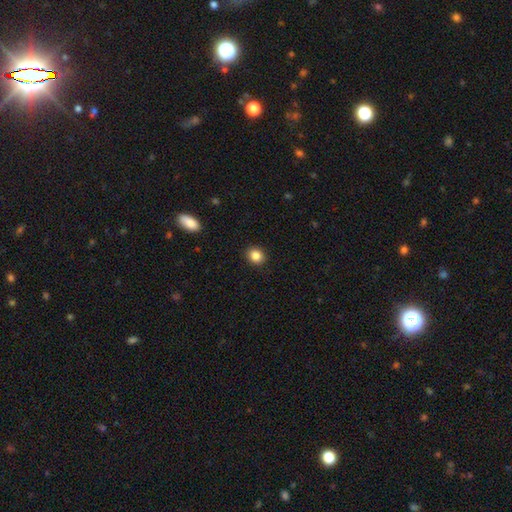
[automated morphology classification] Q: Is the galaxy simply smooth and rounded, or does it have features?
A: smooth — 86%.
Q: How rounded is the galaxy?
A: round — 77%.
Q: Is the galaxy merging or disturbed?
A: none — 92%.